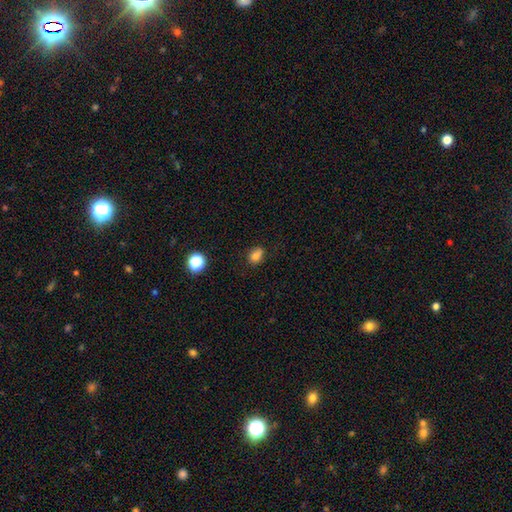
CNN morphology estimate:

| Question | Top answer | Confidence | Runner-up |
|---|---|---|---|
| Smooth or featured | smooth | 77% | star or artifact (14%) |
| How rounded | in between | 51% | round (48%) |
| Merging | none | 64% | minor disturbance (21%) |